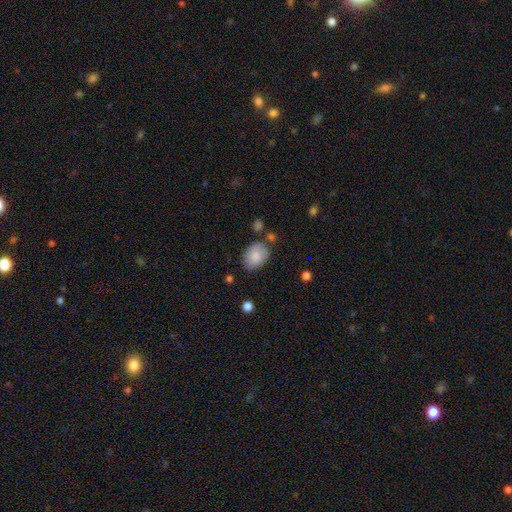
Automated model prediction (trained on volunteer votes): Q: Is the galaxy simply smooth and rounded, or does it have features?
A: smooth — 84%.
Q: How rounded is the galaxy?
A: in between — 72%.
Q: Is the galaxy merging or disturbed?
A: none — 69%.